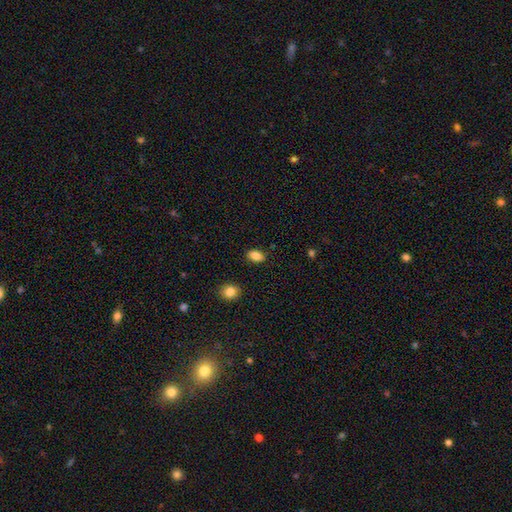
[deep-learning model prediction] smooth-or-featured: smooth: 86% | star or artifact: 9% | featured or disk: 5%
  how-rounded: in between: 87% | round: 11% | cigar-shaped: 2%
  merging: none: 87% | minor disturbance: 9% | major disturbance: 2% | merger: 2%